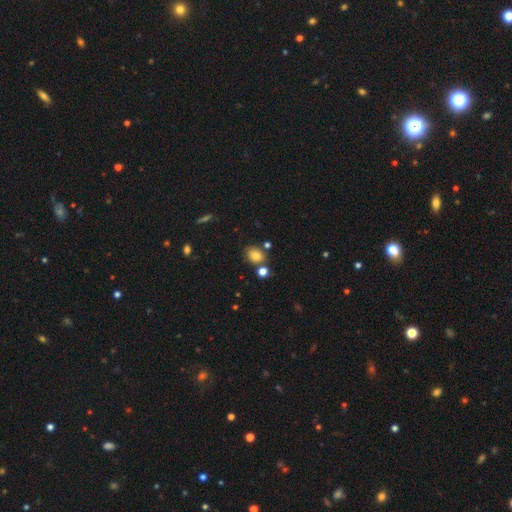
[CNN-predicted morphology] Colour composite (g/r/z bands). It shows a smooth galaxy with no disk features (79%) that is in between round and cigar-shaped (57%). Merging: none (70%).